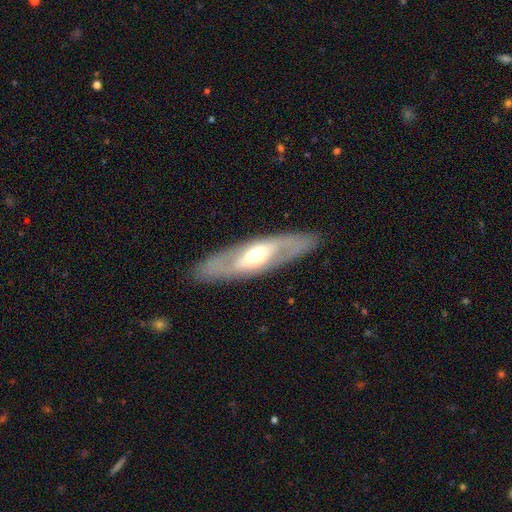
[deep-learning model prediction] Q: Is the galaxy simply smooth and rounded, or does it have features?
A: featured or disk — 66%.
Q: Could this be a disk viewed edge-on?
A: no — 72%.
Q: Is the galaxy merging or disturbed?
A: none — 86%.